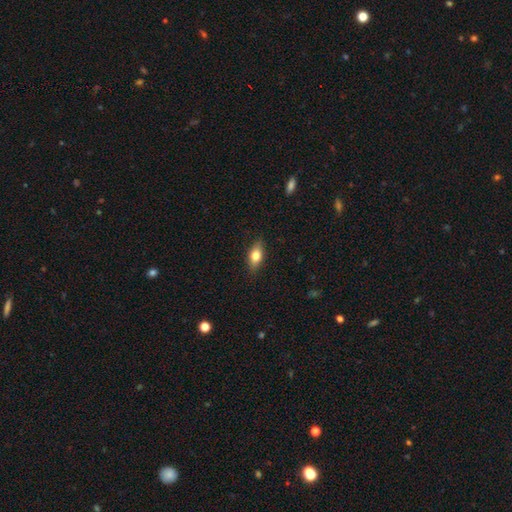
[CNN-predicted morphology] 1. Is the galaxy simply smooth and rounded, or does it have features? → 73% smooth, 20% featured or disk, 7% star or artifact.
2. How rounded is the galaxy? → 81% in between, 14% cigar-shaped, 6% round.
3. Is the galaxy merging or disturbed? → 85% none, 12% minor disturbance, 2% major disturbance, 1% merger.